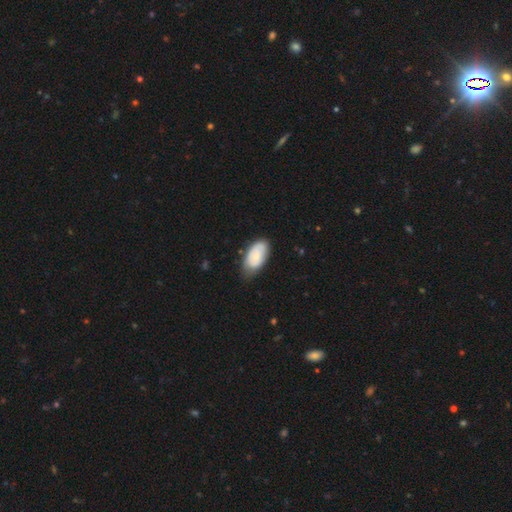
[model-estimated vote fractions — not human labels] Q: Smooth or featured?
A: smooth (69%); runner-up: featured or disk (25%)
Q: How rounded?
A: in between (94%); runner-up: round (3%)
Q: Merging?
A: none (62%); runner-up: minor disturbance (30%)